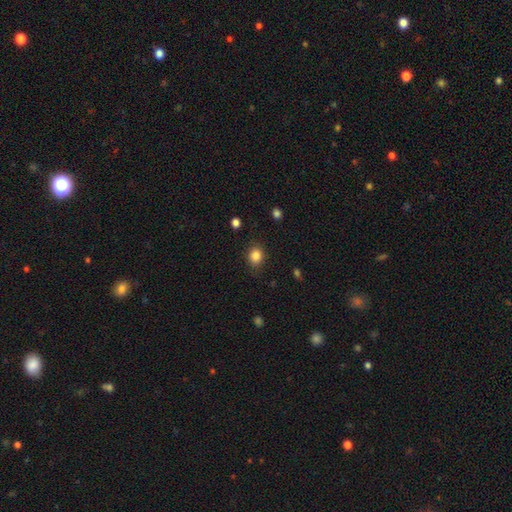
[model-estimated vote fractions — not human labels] Smooth or featured? Predicted: smooth (p=0.85). How rounded? Predicted: round (p=0.63). Merging? Predicted: none (p=0.84).